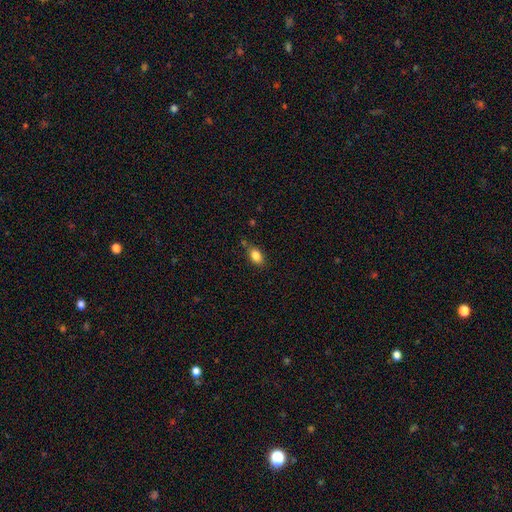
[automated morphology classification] smooth 83%, star or artifact 9%, featured or disk 8%. Down the decision tree: how rounded — in between (85%); merging — none (76%).